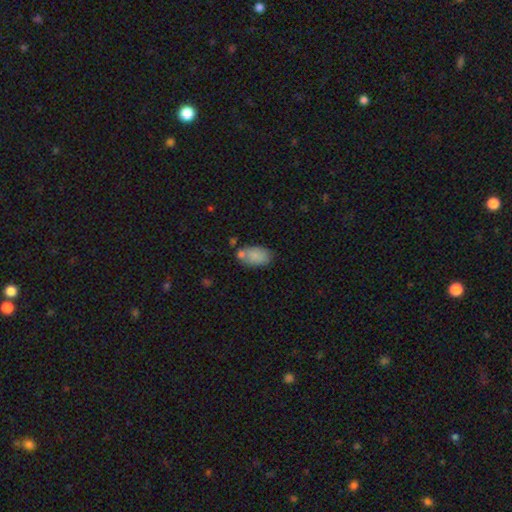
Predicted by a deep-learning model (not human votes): A smooth galaxy with no disk features (81%) that is in between round and cigar-shaped (92%). Merging: none (56%).